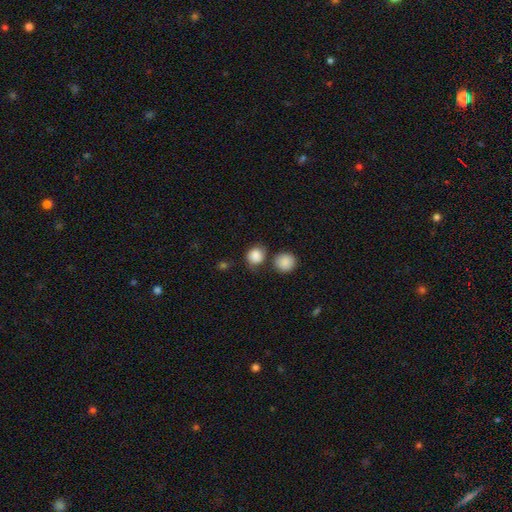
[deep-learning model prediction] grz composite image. It shows a smooth galaxy with no disk features (85%) that is round (76%). Merging: none (63%).